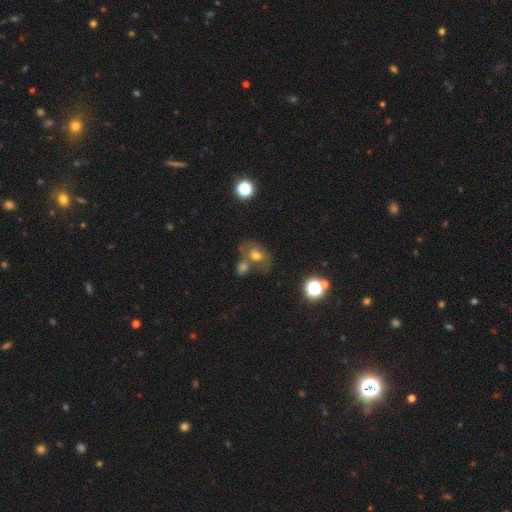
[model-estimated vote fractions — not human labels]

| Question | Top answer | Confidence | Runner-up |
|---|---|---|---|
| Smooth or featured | smooth | 52% | featured or disk (28%) |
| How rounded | in between | 61% | round (37%) |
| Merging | merger | 44% | none (33%) |